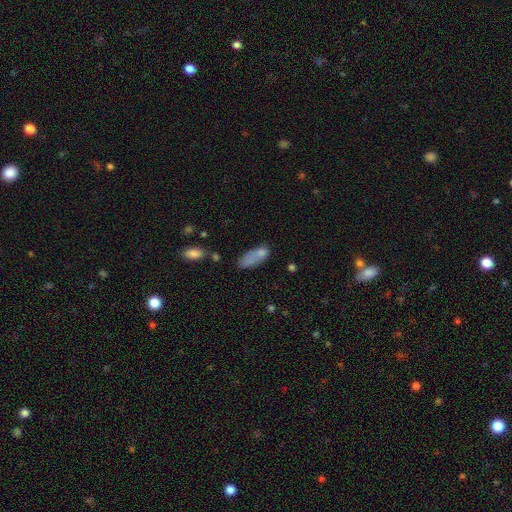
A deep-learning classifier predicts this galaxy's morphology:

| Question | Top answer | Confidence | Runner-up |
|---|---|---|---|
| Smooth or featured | smooth | 73% | featured or disk (16%) |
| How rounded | in between | 72% | cigar-shaped (24%) |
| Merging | none | 39% | minor disturbance (26%) |